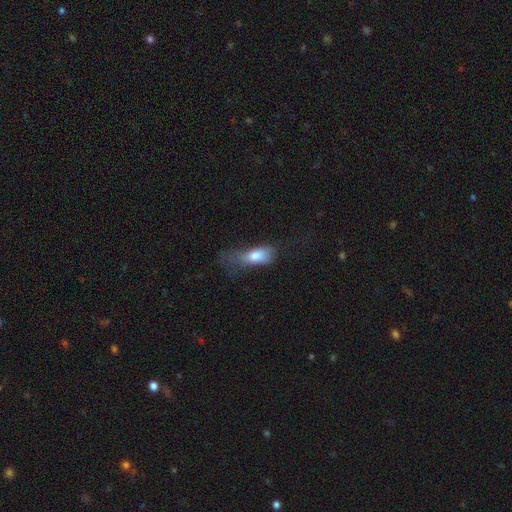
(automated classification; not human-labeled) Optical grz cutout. It shows a smooth galaxy with no disk features (72%) that is in between round and cigar-shaped (73%). Merging: major disturbance (55%).